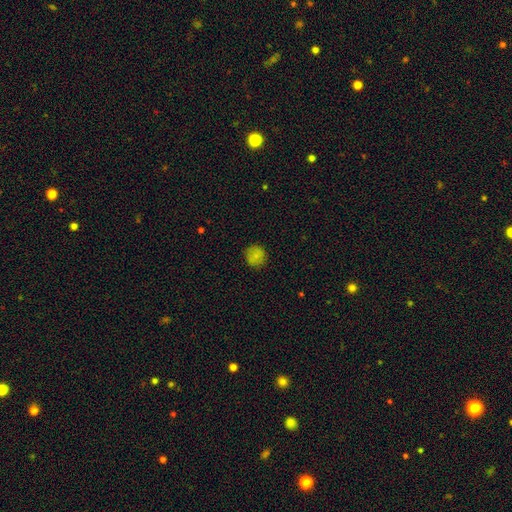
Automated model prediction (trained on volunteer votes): Smooth or featured?
  - smooth: 80% *
  - star or artifact: 12%
  - featured or disk: 9%
How rounded?
  - round: 91% *
  - in between: 8%
  - cigar-shaped: 1%
Merging?
  - none: 86% *
  - minor disturbance: 11%
  - major disturbance: 3%
  - merger: 1%